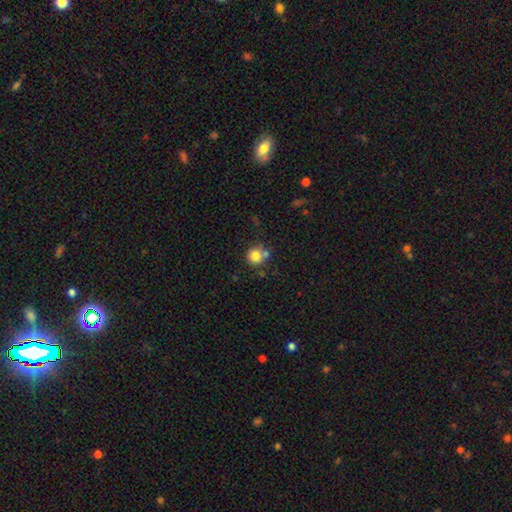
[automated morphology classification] A smooth galaxy with no disk features (81%) that is round (91%). Merging: none (63%).